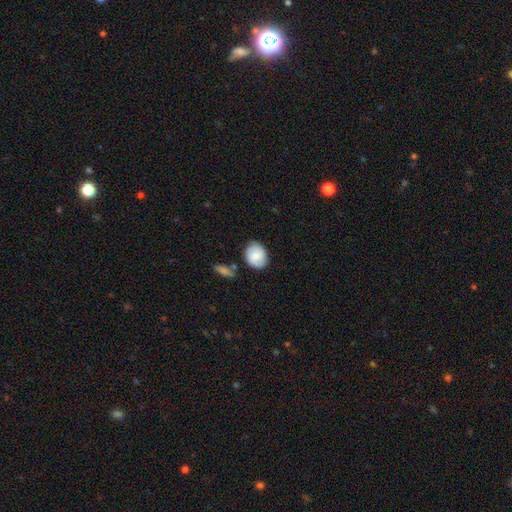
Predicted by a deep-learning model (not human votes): Q: Smooth or featured?
A: smooth (74%); runner-up: featured or disk (19%)
Q: How rounded?
A: round (50%); runner-up: in between (49%)
Q: Merging?
A: none (73%); runner-up: minor disturbance (18%)